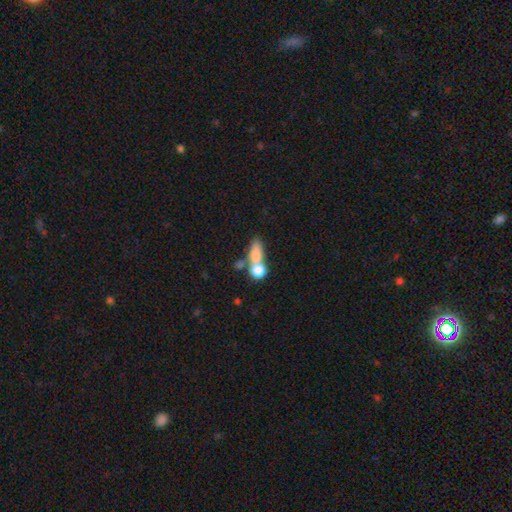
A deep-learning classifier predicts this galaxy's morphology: Q: Smooth or featured?
A: smooth (73%); runner-up: featured or disk (17%)
Q: How rounded?
A: in between (54%); runner-up: round (29%)
Q: Merging?
A: merger (53%); runner-up: none (30%)